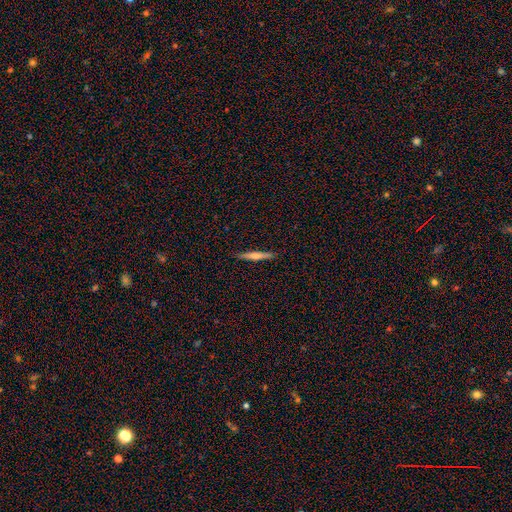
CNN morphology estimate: smooth-or-featured: smooth: 49% | featured or disk: 45% | star or artifact: 6%
  merging: none: 91% | minor disturbance: 7% | major disturbance: 1% | merger: 1%